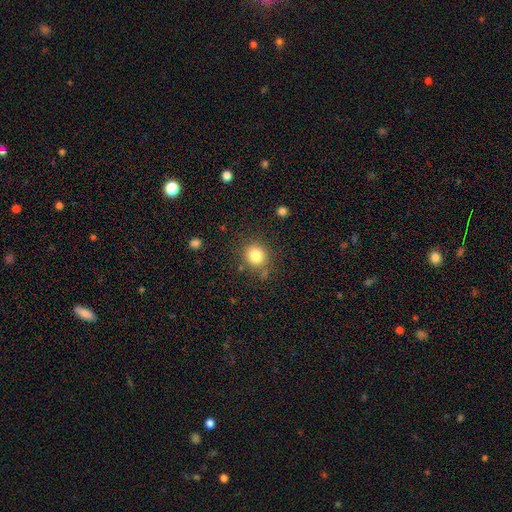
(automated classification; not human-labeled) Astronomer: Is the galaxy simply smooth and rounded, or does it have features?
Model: smooth — 82%.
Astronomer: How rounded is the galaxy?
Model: round — 84%.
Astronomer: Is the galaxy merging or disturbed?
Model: none — 81%.